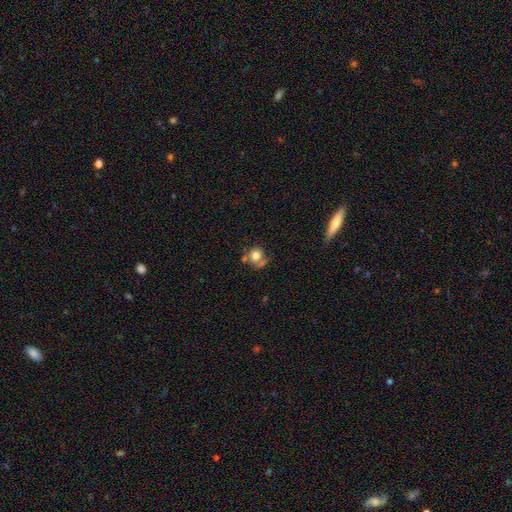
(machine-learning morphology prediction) This is likely a smooth galaxy (73%). How rounded: likely round (79%). Merging: possibly none (49%).